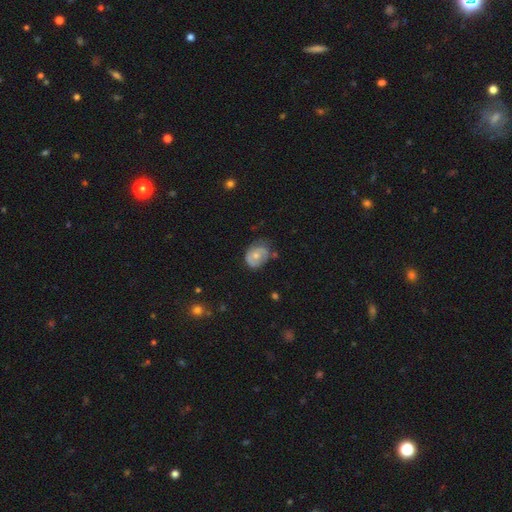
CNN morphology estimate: Q: Smooth or featured?
A: smooth (47%); runner-up: featured or disk (45%)
Q: Merging?
A: none (48%); runner-up: minor disturbance (36%)